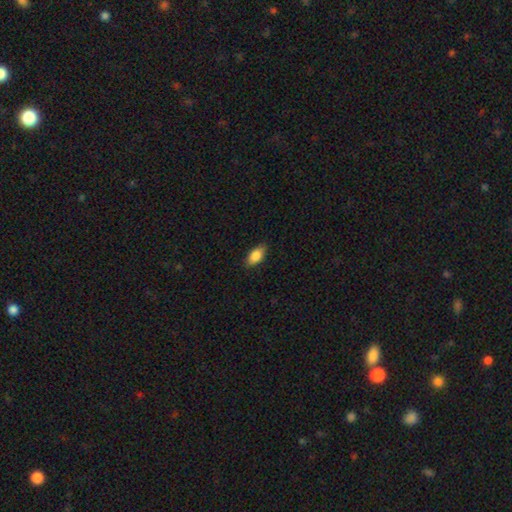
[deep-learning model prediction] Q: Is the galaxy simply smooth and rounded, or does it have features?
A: smooth — 85%.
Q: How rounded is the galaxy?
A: in between — 88%.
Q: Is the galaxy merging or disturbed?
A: none — 84%.